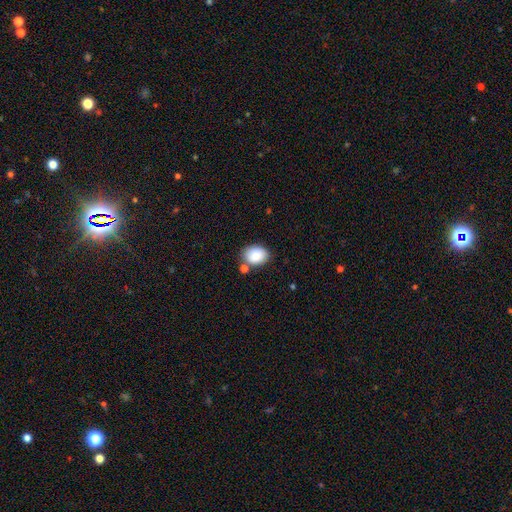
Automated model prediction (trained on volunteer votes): smooth_or_featured: smooth (p=0.87) [alt: star or artifact p=0.07]
how_rounded: in between (p=0.69) [alt: round p=0.30]
merging: none (p=0.72) [alt: minor disturbance p=0.14]